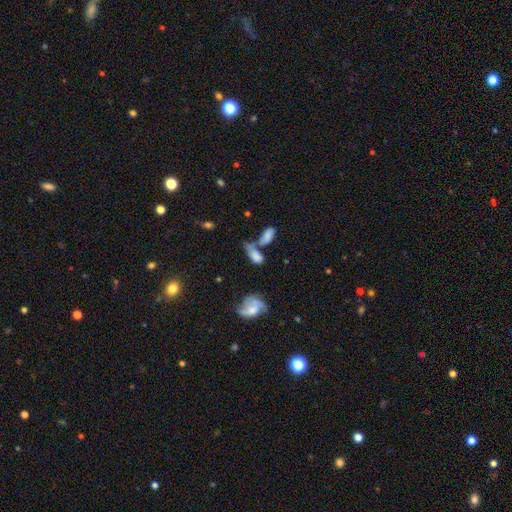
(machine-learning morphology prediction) smooth 70%, featured or disk 20%, star or artifact 10%. Down the decision tree: how rounded — in between (82%); merging — merger (47%).